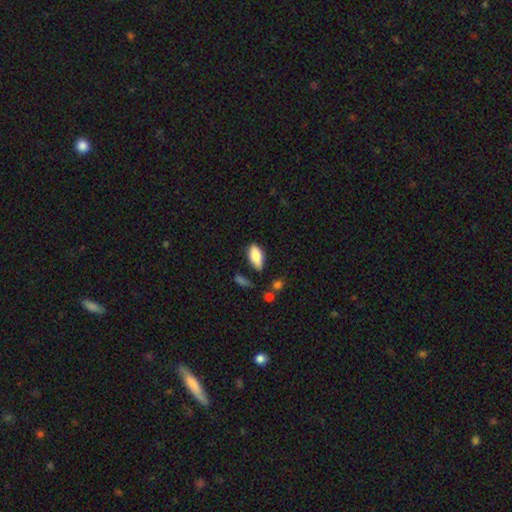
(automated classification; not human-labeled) smooth_or_featured: smooth (p=0.81) [alt: featured or disk p=0.12]
how_rounded: in between (p=0.86) [alt: cigar-shaped p=0.12]
merging: none (p=0.68) [alt: minor disturbance p=0.23]